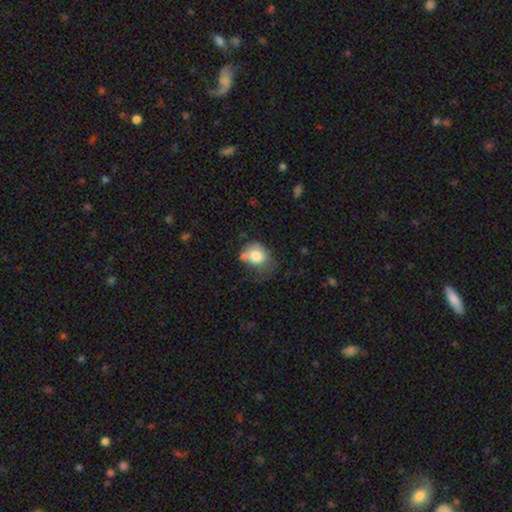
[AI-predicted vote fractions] smooth-or-featured: smooth: 77% | featured or disk: 14% | star or artifact: 9%
  how-rounded: round: 61% | in between: 38% | cigar-shaped: 1%
  merging: none: 39% | minor disturbance: 29% | major disturbance: 17% | merger: 15%